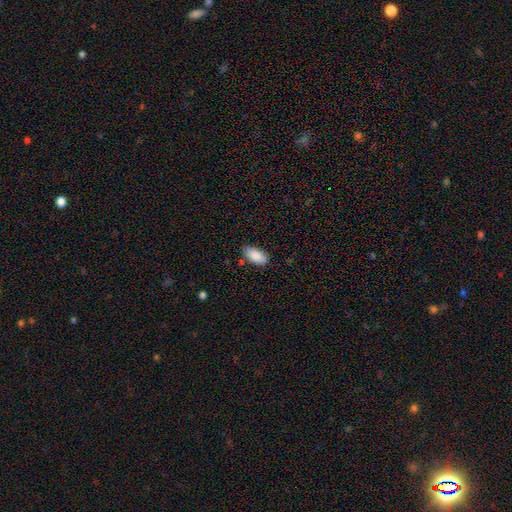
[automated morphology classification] Smooth or featured: smooth — 88% (star or artifact — 6%)
How rounded: in between — 93% (cigar-shaped — 5%)
Merging: none — 79% (minor disturbance — 16%)